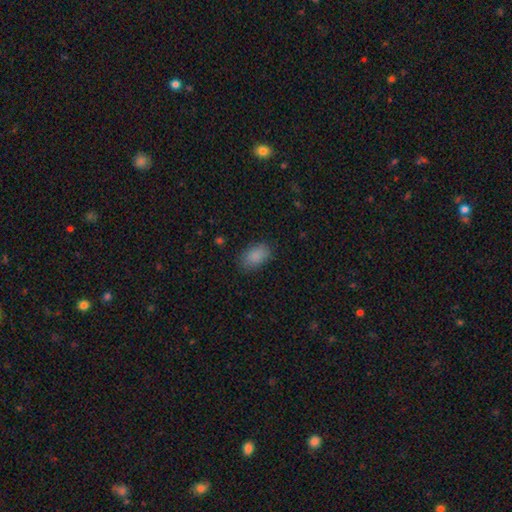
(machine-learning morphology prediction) type=smooth (87%); roundness=in between (90%); merging=none (82%).